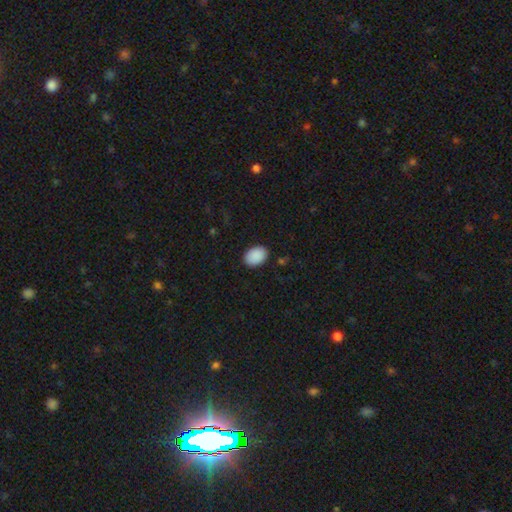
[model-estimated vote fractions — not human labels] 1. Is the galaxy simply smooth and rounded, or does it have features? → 91% smooth, 7% star or artifact, 3% featured or disk.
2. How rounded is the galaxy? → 84% in between, 15% round, 1% cigar-shaped.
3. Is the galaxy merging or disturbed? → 88% none, 8% minor disturbance, 2% major disturbance, 1% merger.